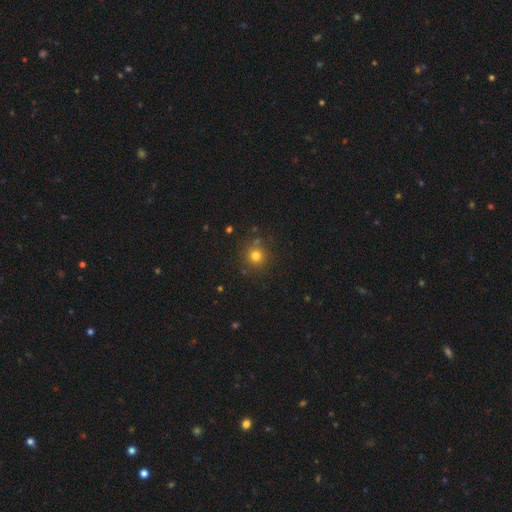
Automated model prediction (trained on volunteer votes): smooth 76%, star or artifact 16%, featured or disk 7%. Down the decision tree: how rounded — round (93%); merging — none (84%).